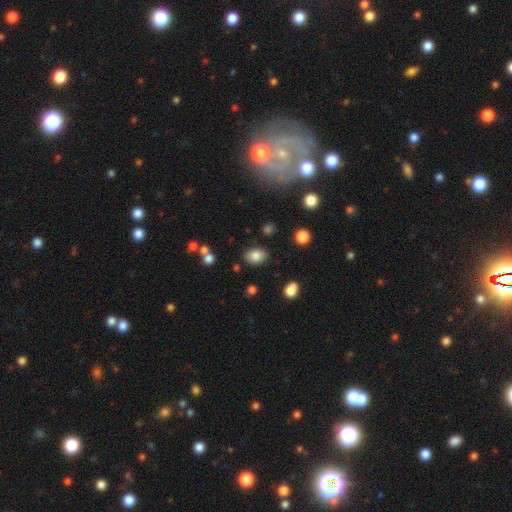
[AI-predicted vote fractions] This appears to be a smooth galaxy with no disk features (83%) that is in between round and cigar-shaped (78%). Merging: none (83%).